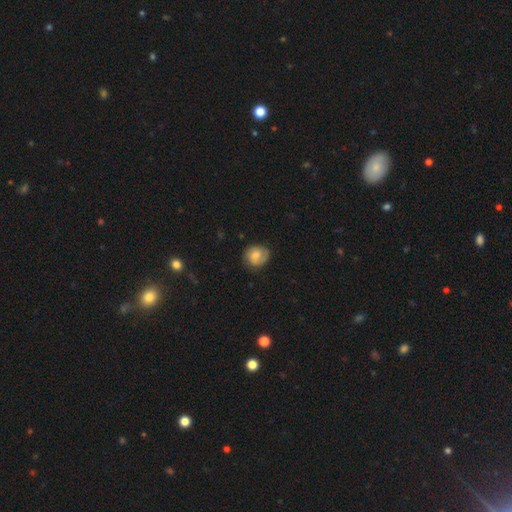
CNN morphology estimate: The model was most divided on "smooth or featured": smooth: 64%, featured or disk: 29%, star or artifact: 8%. More confident: how rounded — round (75%); merging — none (72%).